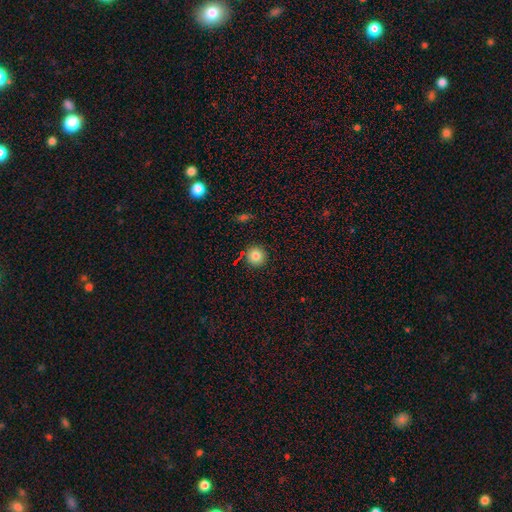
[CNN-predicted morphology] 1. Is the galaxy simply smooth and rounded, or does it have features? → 83% smooth, 11% star or artifact, 7% featured or disk.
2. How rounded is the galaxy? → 95% round, 4% in between, 1% cigar-shaped.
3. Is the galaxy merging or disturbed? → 89% none, 7% minor disturbance, 3% merger, 2% major disturbance.